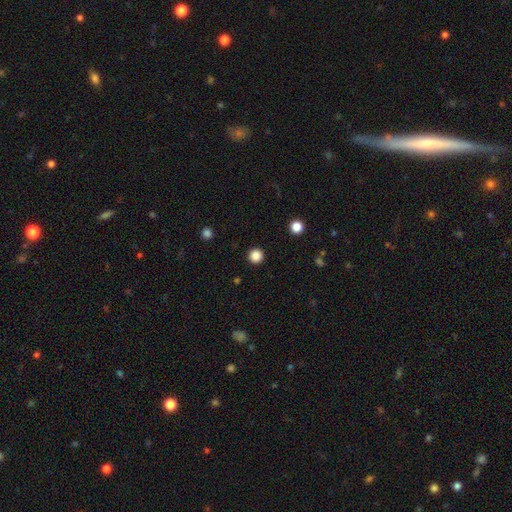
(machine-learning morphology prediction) A smooth galaxy with no disk features (86%) that is round (96%). Merging: none (93%).